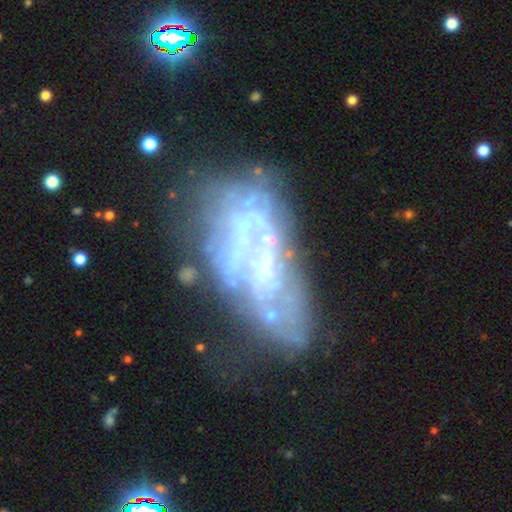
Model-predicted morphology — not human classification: The model was most divided on "merging": none: 36%, major disturbance: 29%, minor disturbance: 20%, merger: 15%. More confident: edge-on disk — no (90%); spiral arms — no (76%); smooth or featured — featured or disk (68%); bar — no (68%); bulge size — none (61%).